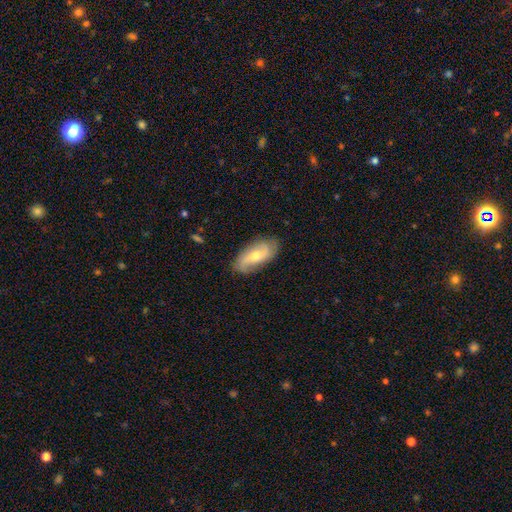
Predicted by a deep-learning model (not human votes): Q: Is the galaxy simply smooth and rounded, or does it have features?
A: featured or disk — 58%.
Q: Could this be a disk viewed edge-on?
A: no — 88%.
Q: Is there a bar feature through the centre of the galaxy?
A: no — 55%.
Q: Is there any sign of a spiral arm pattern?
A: yes — 81%.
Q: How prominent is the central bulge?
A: moderate — 53%.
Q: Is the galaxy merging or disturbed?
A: none — 80%.